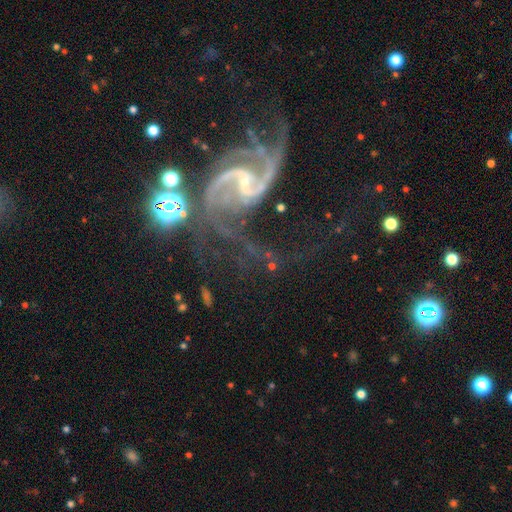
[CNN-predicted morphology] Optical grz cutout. It shows a featured or disk galaxy (88%) with a weak bar (47%), 2 (74%) medium (45%) spiral arms (98%) and a small central bulge (68%). Merging: none (44%).